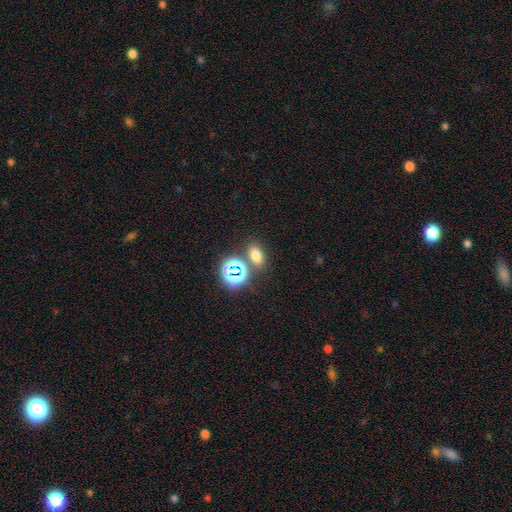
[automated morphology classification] Q: Smooth or featured?
A: smooth (65%); runner-up: star or artifact (27%)
Q: How rounded?
A: in between (72%); runner-up: round (25%)
Q: Merging?
A: none (74%); runner-up: merger (13%)